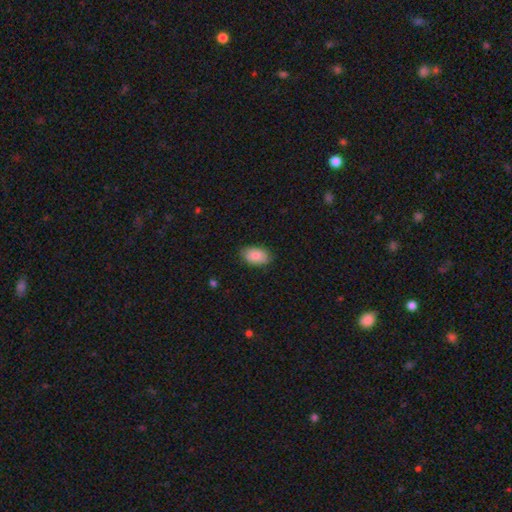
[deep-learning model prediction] Morphology: type=smooth (88%); roundness=in between (92%); merging=none (83%).